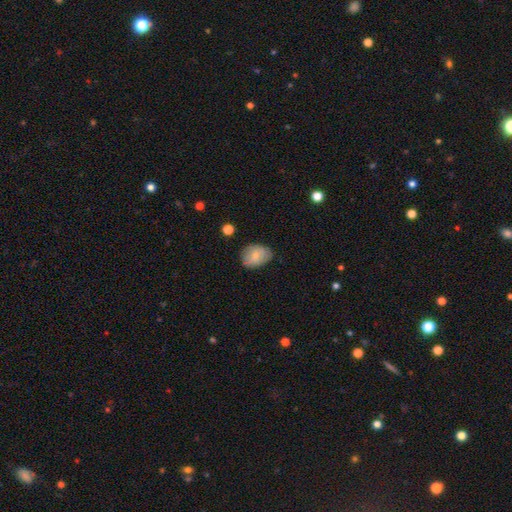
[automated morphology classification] smooth_or_featured: smooth (p=0.74) [alt: featured or disk p=0.18]
how_rounded: in between (p=0.66) [alt: round p=0.33]
merging: none (p=0.69) [alt: minor disturbance p=0.24]